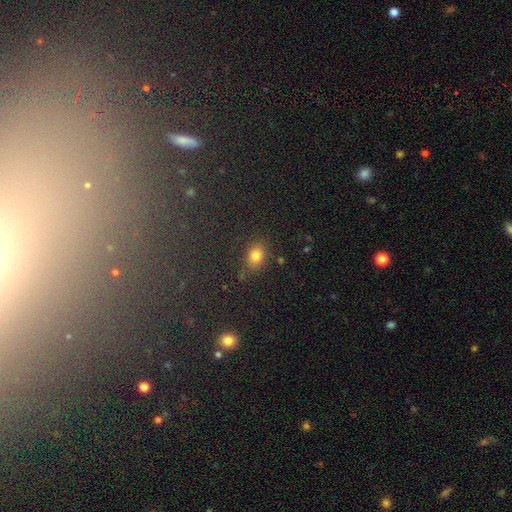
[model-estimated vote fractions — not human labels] Q: Smooth or featured?
A: smooth (79%); runner-up: star or artifact (14%)
Q: How rounded?
A: in between (66%); runner-up: round (32%)
Q: Merging?
A: none (78%); runner-up: minor disturbance (13%)